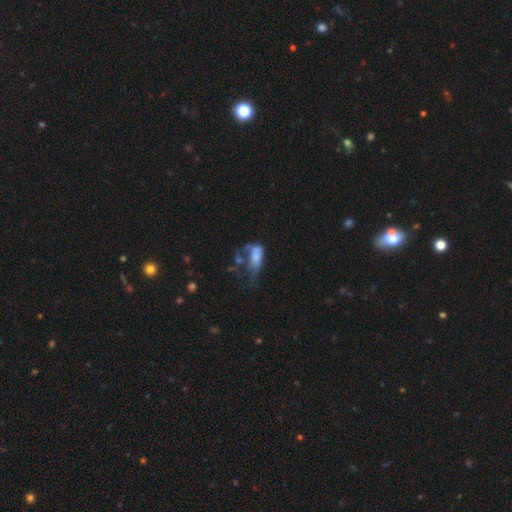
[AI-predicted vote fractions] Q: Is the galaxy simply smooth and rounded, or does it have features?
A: smooth — 59%.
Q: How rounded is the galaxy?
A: in between — 86%.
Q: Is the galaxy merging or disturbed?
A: major disturbance — 43%.